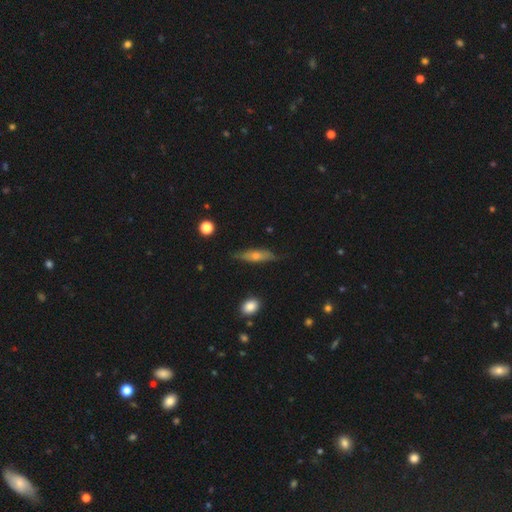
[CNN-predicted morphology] Q: Smooth or featured?
A: featured or disk (48%); runner-up: smooth (44%)
Q: Merging?
A: none (81%); runner-up: minor disturbance (15%)